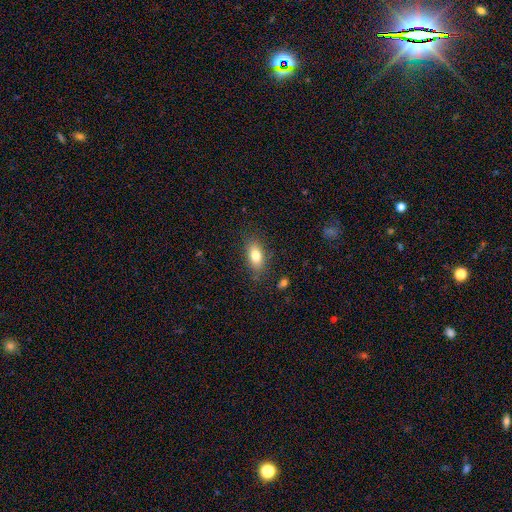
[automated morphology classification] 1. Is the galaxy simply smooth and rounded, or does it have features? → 79% smooth, 13% featured or disk, 9% star or artifact.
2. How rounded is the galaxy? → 84% in between, 10% cigar-shaped, 7% round.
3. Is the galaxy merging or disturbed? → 82% none, 13% minor disturbance, 3% major disturbance, 2% merger.